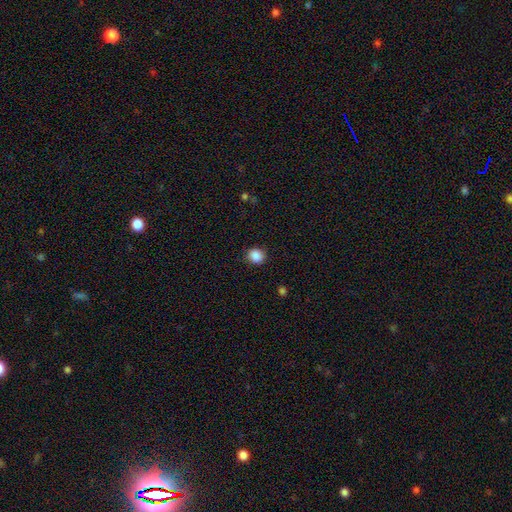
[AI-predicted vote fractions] Smooth or featured: smooth — 88% (star or artifact — 9%)
How rounded: round — 82% (in between — 17%)
Merging: none — 87% (minor disturbance — 9%)